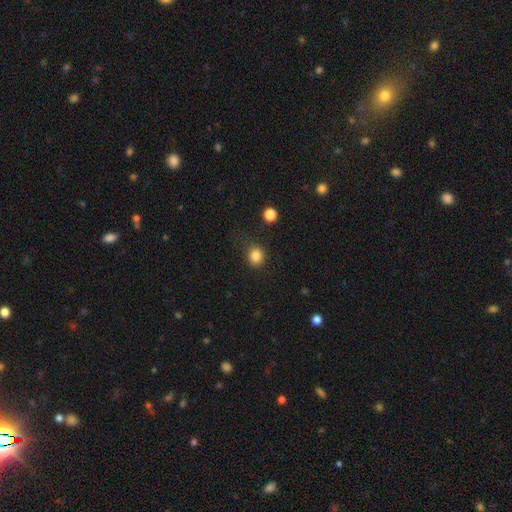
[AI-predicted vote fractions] Q: Smooth or featured?
A: smooth (84%); runner-up: star or artifact (11%)
Q: How rounded?
A: round (74%); runner-up: in between (26%)
Q: Merging?
A: none (79%); runner-up: minor disturbance (13%)